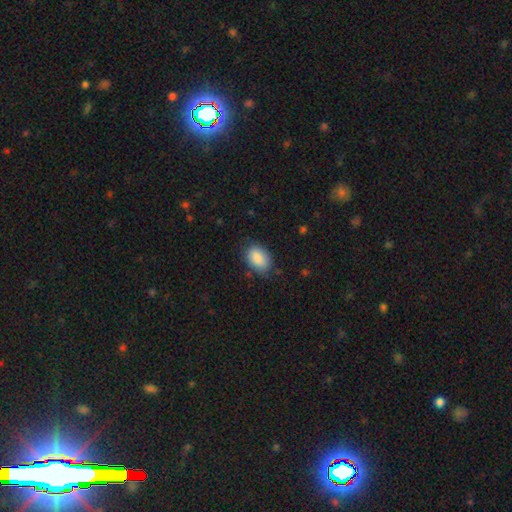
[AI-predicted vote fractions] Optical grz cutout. It shows a smooth galaxy with no disk features (88%) that is in between round and cigar-shaped (84%). Merging: none (77%).